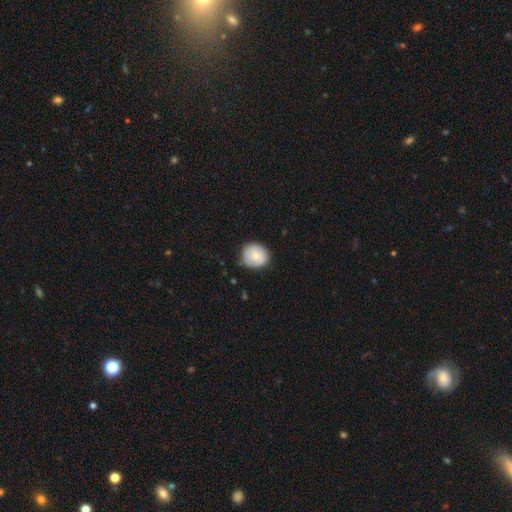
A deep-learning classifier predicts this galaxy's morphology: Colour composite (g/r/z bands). It shows a smooth galaxy with no disk features (67%) that is round (83%). Merging: none (70%).